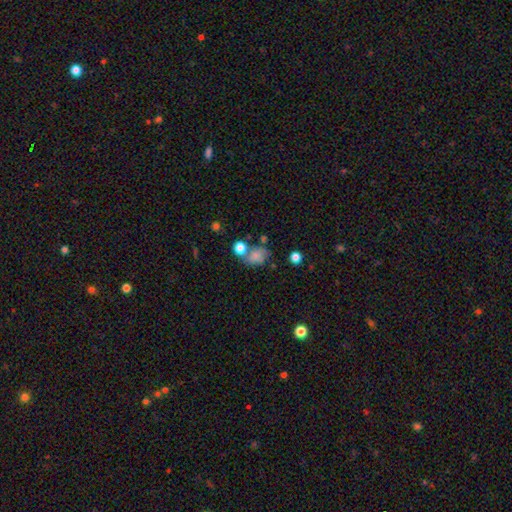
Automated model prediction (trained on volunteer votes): Smooth or featured? Predicted: smooth (p=0.66). How rounded? Predicted: in between (p=0.60). Merging? Predicted: none (p=0.42).